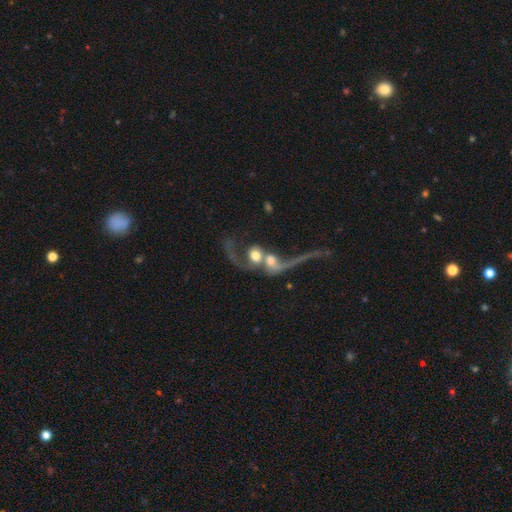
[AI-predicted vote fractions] Q: Smooth or featured?
A: featured or disk (52%); runner-up: smooth (38%)
Q: Edge-on disk?
A: no (94%); runner-up: yes (6%)
Q: Merging?
A: merger (76%); runner-up: major disturbance (13%)